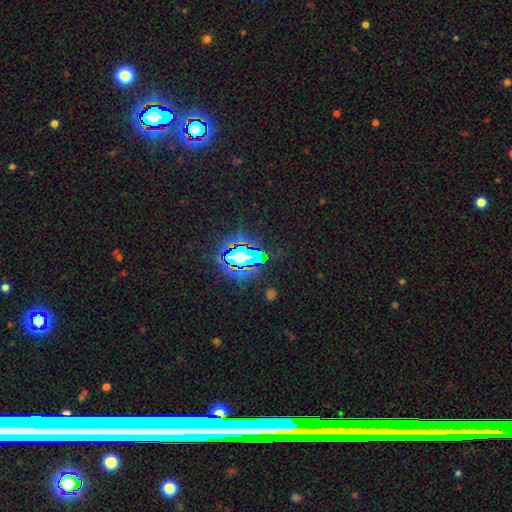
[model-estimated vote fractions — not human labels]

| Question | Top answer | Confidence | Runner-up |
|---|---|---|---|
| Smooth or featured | star or artifact | 68% | smooth (19%) |